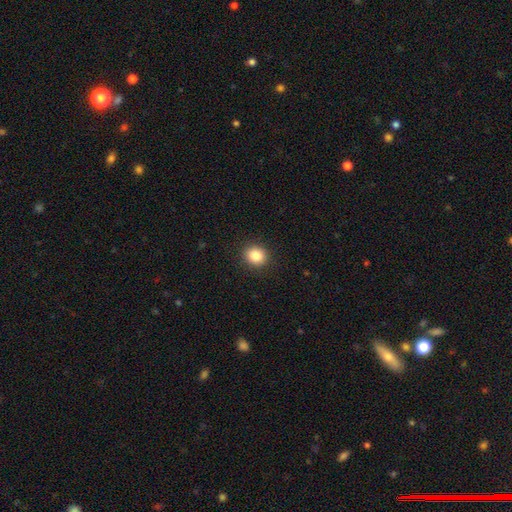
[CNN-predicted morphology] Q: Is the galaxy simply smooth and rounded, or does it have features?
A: smooth — 85%.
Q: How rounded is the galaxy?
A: round — 76%.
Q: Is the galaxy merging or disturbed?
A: none — 91%.